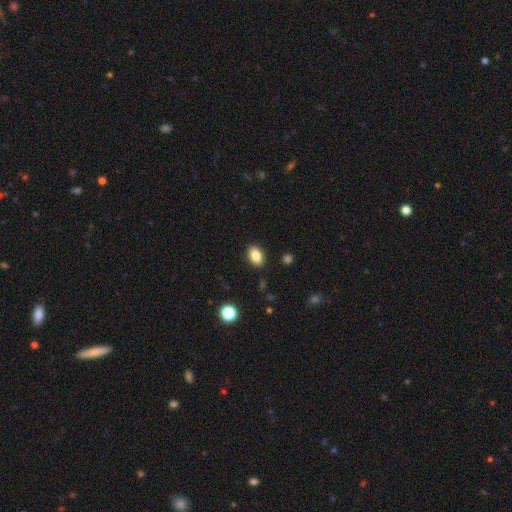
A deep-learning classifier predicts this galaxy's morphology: The model was most divided on "how rounded": in between: 86%, round: 12%, cigar-shaped: 2%. More confident: merging — none (88%); smooth or featured — smooth (85%).